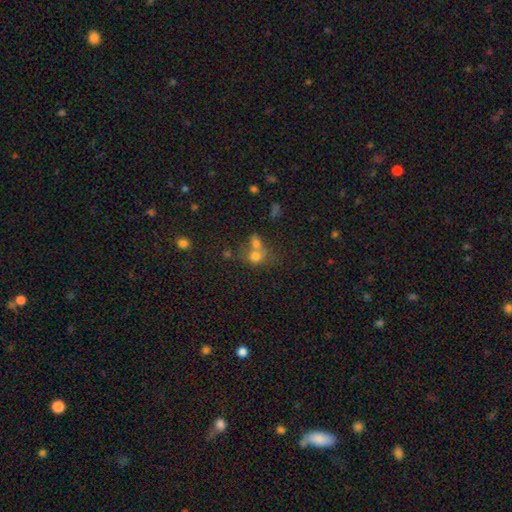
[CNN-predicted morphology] Q: Smooth or featured?
A: smooth (69%); runner-up: featured or disk (16%)
Q: How rounded?
A: round (67%); runner-up: in between (32%)
Q: Merging?
A: merger (58%); runner-up: none (28%)